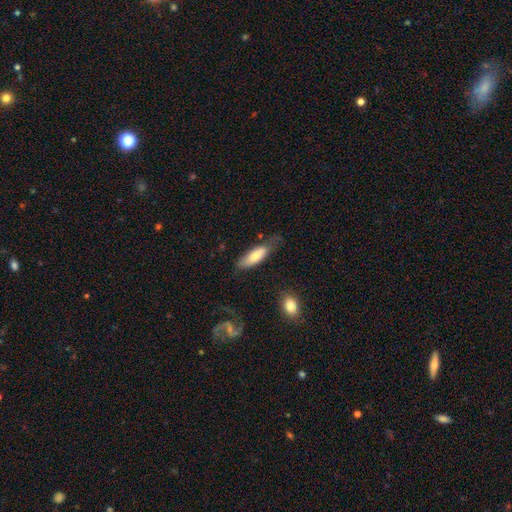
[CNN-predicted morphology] smooth-or-featured: smooth: 73% | featured or disk: 21% | star or artifact: 6%
  how-rounded: in between: 57% | cigar-shaped: 41% | round: 2%
  merging: none: 56% | minor disturbance: 29% | major disturbance: 12% | merger: 3%